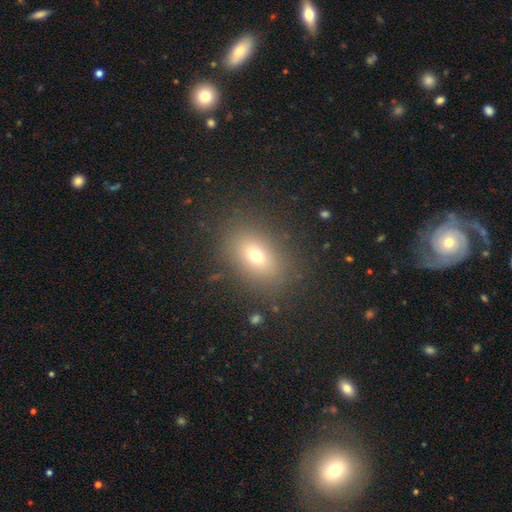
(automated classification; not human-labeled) Morphology: type=smooth (69%); roundness=in between (73%); merging=none (85%).